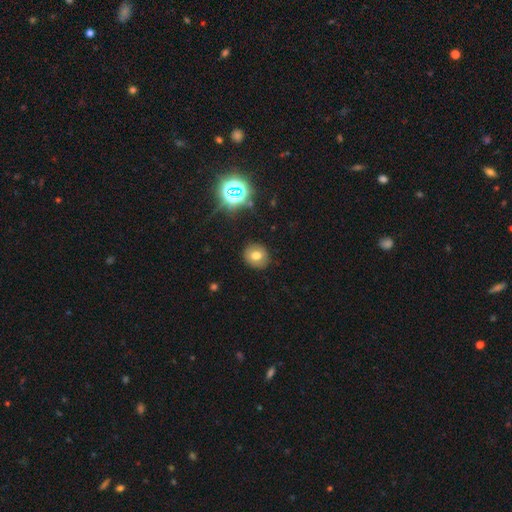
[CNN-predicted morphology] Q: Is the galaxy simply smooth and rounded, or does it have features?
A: smooth — 69%.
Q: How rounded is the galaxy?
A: round — 83%.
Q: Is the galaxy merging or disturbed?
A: none — 89%.